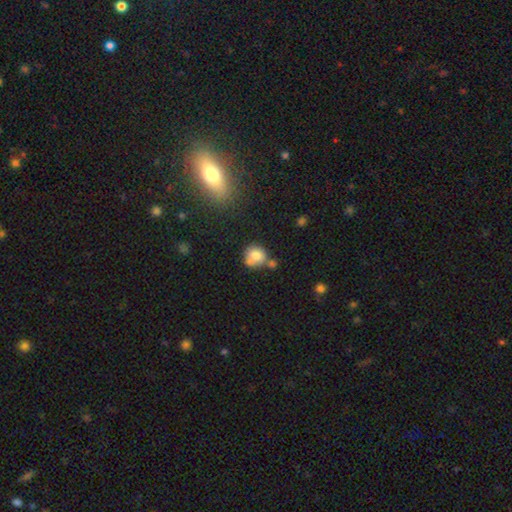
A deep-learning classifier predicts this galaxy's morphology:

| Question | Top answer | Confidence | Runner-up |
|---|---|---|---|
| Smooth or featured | smooth | 75% | featured or disk (14%) |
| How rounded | round | 79% | in between (20%) |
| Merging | none | 46% | merger (30%) |